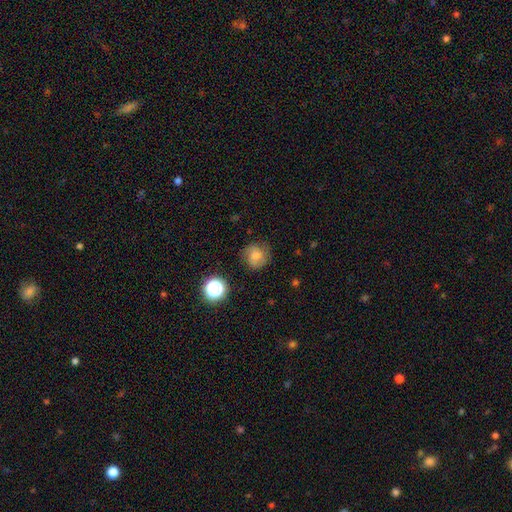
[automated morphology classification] This appears to be a smooth galaxy with no disk features (61%) that is round (85%). Merging: none (72%).